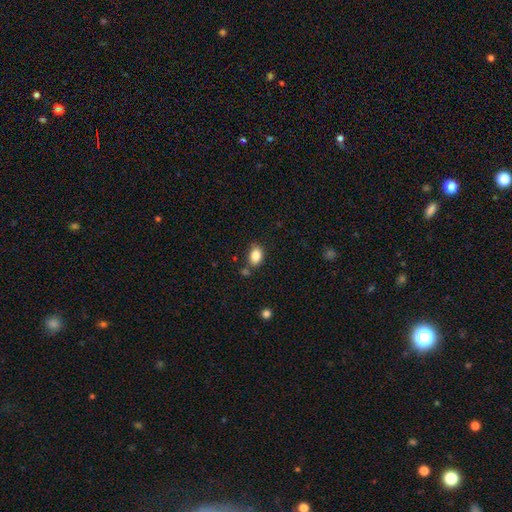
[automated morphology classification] smooth_or_featured: smooth (p=0.86) [alt: star or artifact p=0.09]
how_rounded: in between (p=0.81) [alt: round p=0.18]
merging: none (p=0.75) [alt: minor disturbance p=0.14]